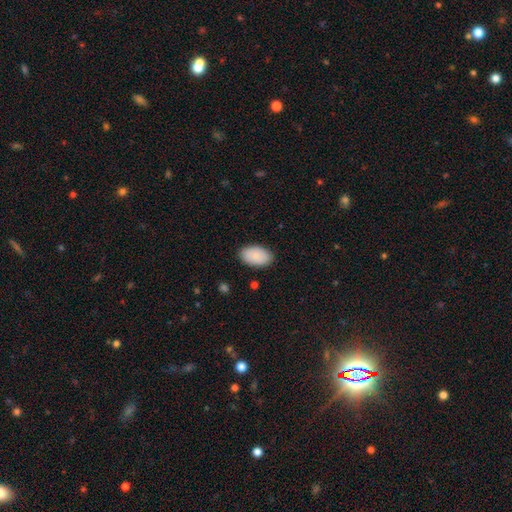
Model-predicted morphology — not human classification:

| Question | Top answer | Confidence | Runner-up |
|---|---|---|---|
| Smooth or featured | smooth | 89% | star or artifact (6%) |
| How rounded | in between | 95% | round (4%) |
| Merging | none | 87% | minor disturbance (10%) |